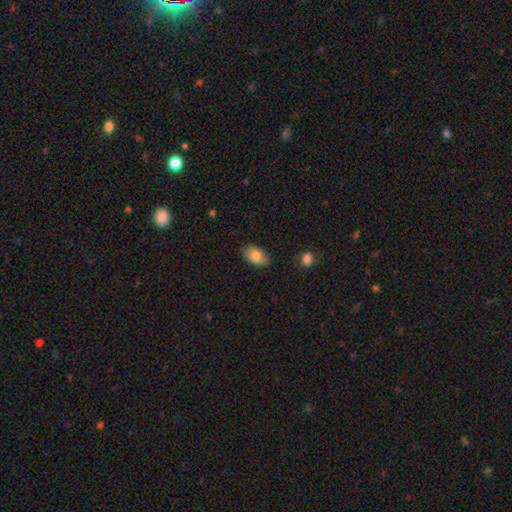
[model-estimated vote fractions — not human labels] Q: Smooth or featured?
A: smooth (84%); runner-up: featured or disk (9%)
Q: How rounded?
A: in between (93%); runner-up: round (5%)
Q: Merging?
A: none (81%); runner-up: minor disturbance (15%)